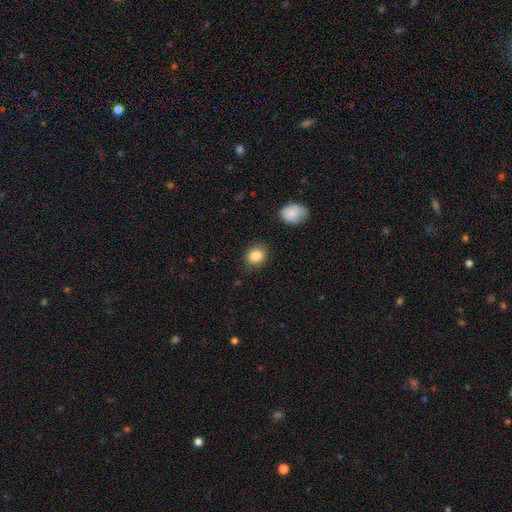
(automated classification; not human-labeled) This appears to be a smooth galaxy with no disk features (87%) that is round (66%). Merging: none (86%).